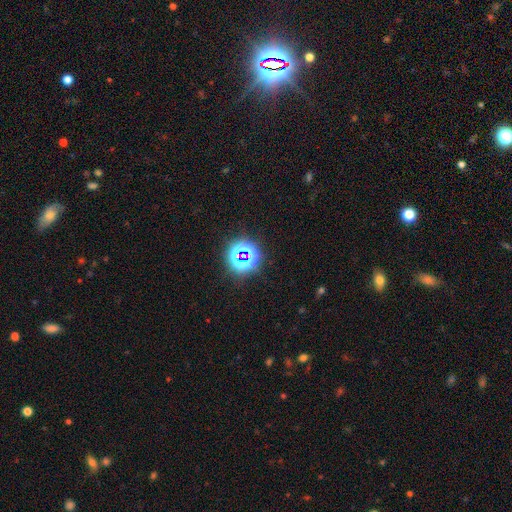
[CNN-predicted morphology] Smooth or featured?
  - star or artifact: 77% *
  - smooth: 16%
  - featured or disk: 8%